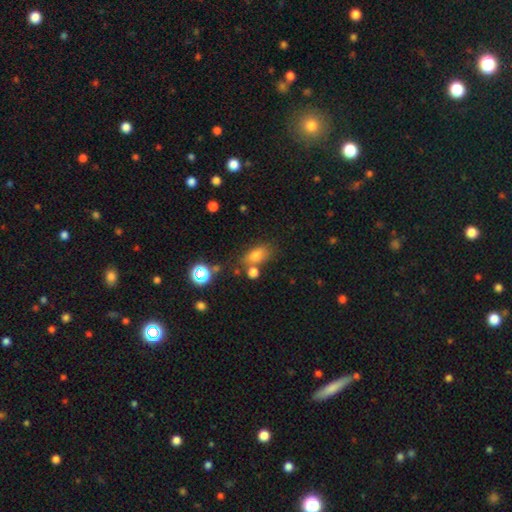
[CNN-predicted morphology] smooth 75%, star or artifact 14%, featured or disk 11%. Down the decision tree: how rounded — in between (79%); merging — none (62%).